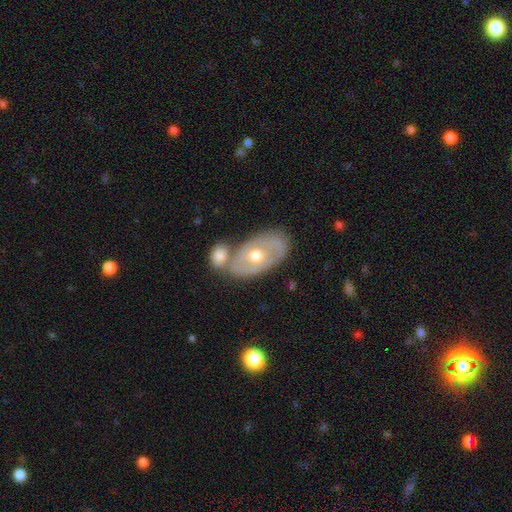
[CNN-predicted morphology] smooth_or_featured: featured or disk (p=0.67) [alt: smooth p=0.27]
disk_edge_on: no (p=0.91) [alt: yes p=0.09]
bar: no (p=0.77) [alt: weak p=0.17]
has_spiral_arms: no (p=0.54) [alt: yes p=0.46]
bulge_size: moderate (p=0.76) [alt: small p=0.18]
merging: none (p=0.56) [alt: merger p=0.26]